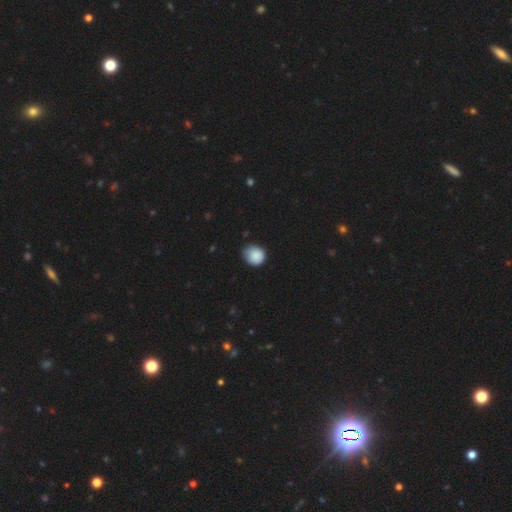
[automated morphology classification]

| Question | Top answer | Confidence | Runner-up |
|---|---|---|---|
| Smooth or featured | smooth | 86% | star or artifact (8%) |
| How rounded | round | 78% | in between (21%) |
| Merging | none | 65% | minor disturbance (30%) |